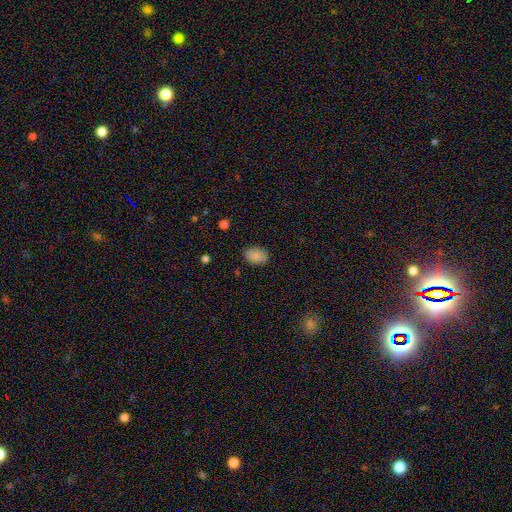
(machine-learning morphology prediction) The model was most divided on "how rounded": in between: 84%, round: 15%, cigar-shaped: 1%. More confident: smooth or featured — smooth (87%); merging — none (85%).